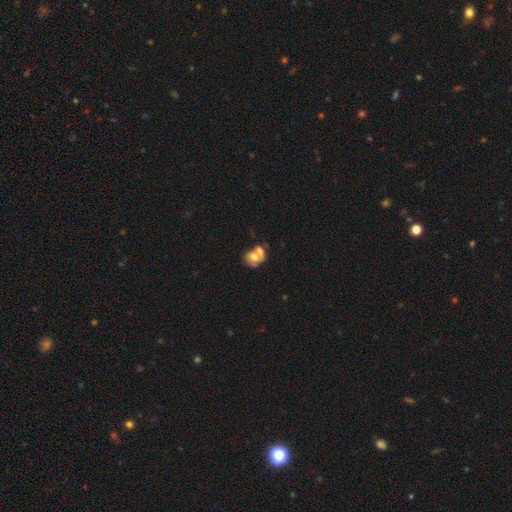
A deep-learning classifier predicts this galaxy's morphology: This is possibly a smooth galaxy (52%). How rounded: possibly round (52%). Merging: likely merger (60%).